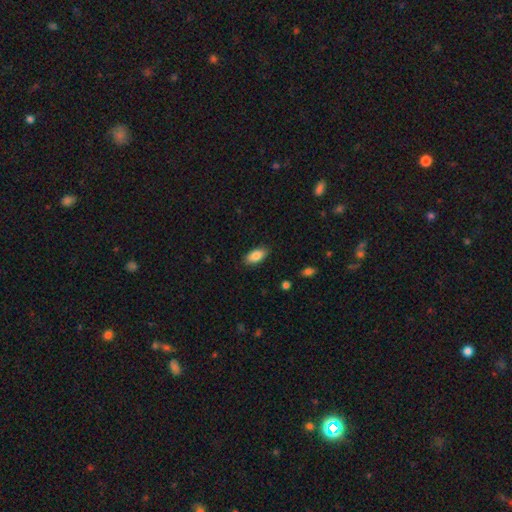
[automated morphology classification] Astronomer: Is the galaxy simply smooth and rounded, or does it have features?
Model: smooth — 85%.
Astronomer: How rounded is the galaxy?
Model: in between — 92%.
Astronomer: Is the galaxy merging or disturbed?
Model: none — 87%.